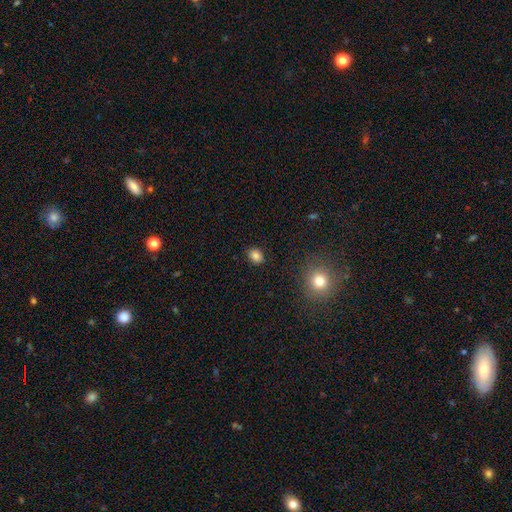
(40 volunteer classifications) Volunteers were most divided on "how rounded": round: 63%, in between: 37%, cigar-shaped: 0%. More confident: merging — none (89%); smooth or featured — smooth (88%).